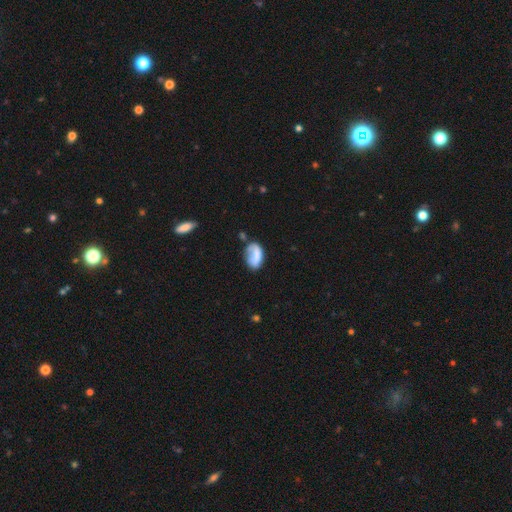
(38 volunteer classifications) Volunteers were most divided on "merging": none: 46%, minor disturbance: 31%, major disturbance: 17%, merger: 6%. More confident: how rounded — in between (86%); smooth or featured — smooth (74%).